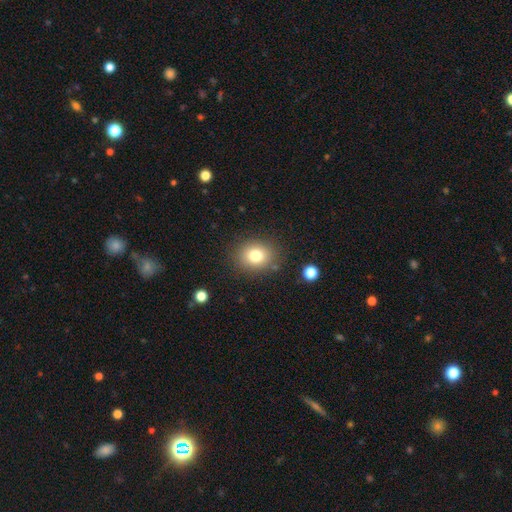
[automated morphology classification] Smooth or featured? smooth (79%)
How rounded? round (63%)
Merging? none (84%)